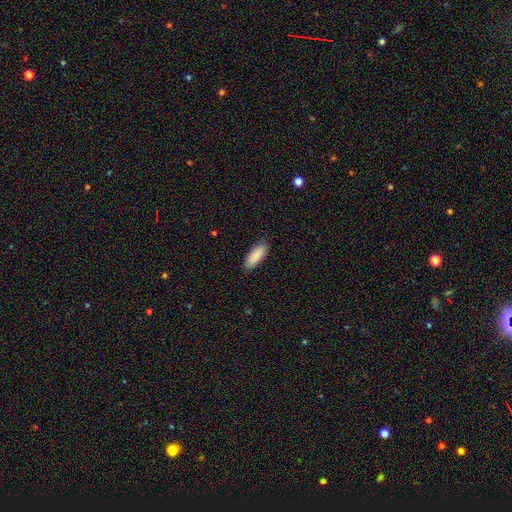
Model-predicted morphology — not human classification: Q: Smooth or featured?
A: smooth (90%); runner-up: star or artifact (6%)
Q: How rounded?
A: in between (72%); runner-up: cigar-shaped (27%)
Q: Merging?
A: none (87%); runner-up: minor disturbance (10%)